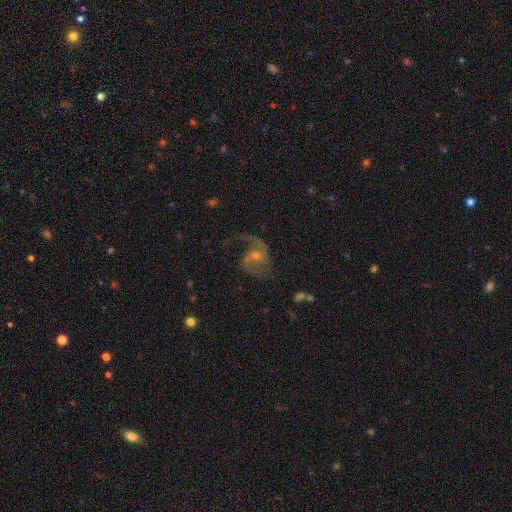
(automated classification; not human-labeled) Overall: featured or disk (84%). Edge-on disk: no (98%). Bar: no (47%; weak 42%). Spiral arms: yes (95%). Spiral arm count: 2 (73%). Spiral winding: loose (50%; medium 42%). Bulge size: small (52%; moderate 41%). Merging: none (56%; major disturbance 24%).